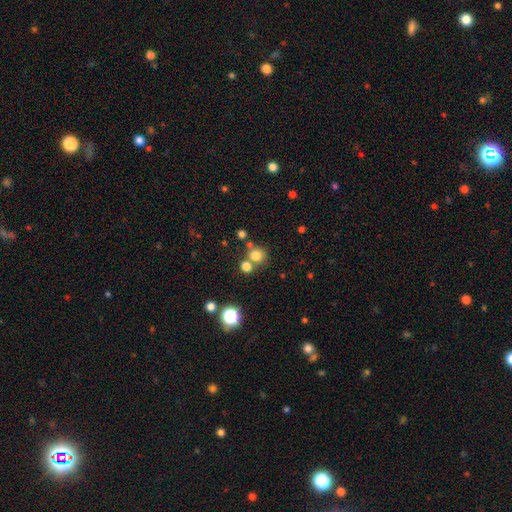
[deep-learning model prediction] A smooth galaxy with no disk features (76%) that is round (85%). Merging: none (64%).